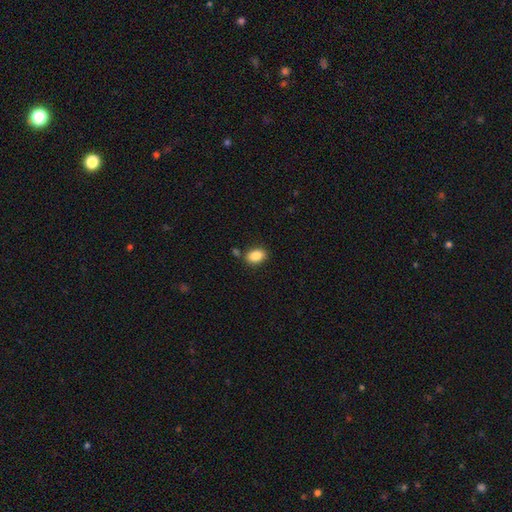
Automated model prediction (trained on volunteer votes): Smooth or featured: smooth — 86% (star or artifact — 8%)
How rounded: in between — 82% (round — 17%)
Merging: none — 80% (minor disturbance — 11%)